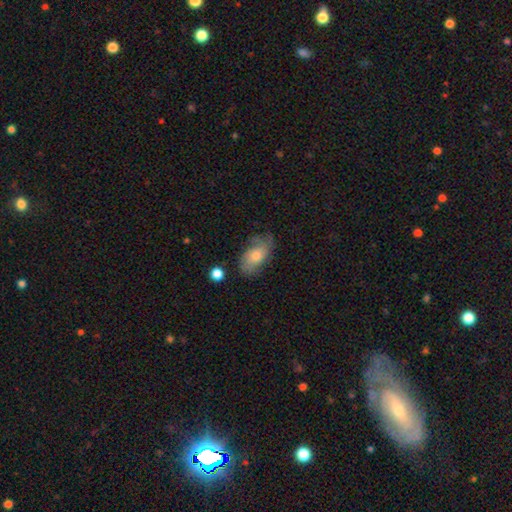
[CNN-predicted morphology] smooth_or_featured: smooth (p=0.57) [alt: featured or disk p=0.35]
how_rounded: in between (p=0.89) [alt: round p=0.06]
merging: none (p=0.66) [alt: minor disturbance p=0.23]